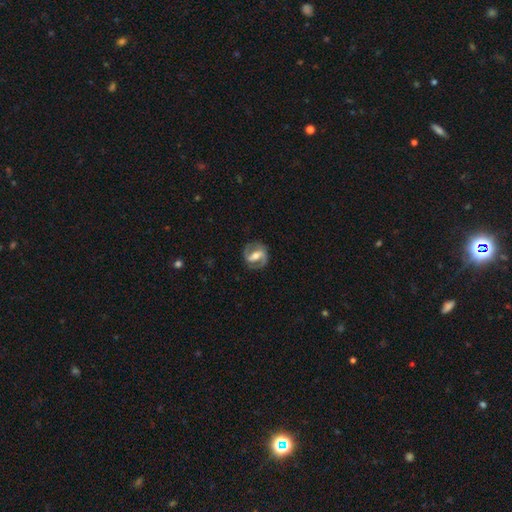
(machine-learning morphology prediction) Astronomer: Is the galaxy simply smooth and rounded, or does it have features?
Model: featured or disk — 82%.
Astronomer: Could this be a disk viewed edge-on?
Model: no — 96%.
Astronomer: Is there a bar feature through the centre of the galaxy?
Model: strong — 55% (runner-up: weak, 33%).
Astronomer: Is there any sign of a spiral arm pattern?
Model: yes — 90%.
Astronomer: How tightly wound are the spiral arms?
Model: medium — 51% (runner-up: tight, 29%).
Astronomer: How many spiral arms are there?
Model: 2 — 90%.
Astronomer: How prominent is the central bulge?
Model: moderate — 59%.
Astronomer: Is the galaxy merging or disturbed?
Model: none — 82%.